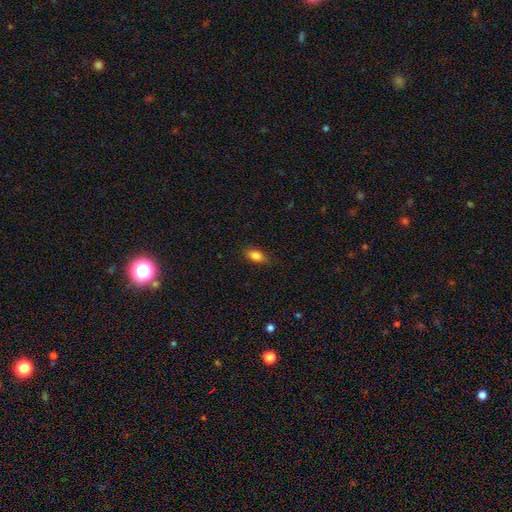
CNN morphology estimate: smooth_or_featured: smooth (p=0.84) [alt: featured or disk p=0.08]
how_rounded: in between (p=0.86) [alt: cigar-shaped p=0.08]
merging: none (p=0.83) [alt: minor disturbance p=0.14]